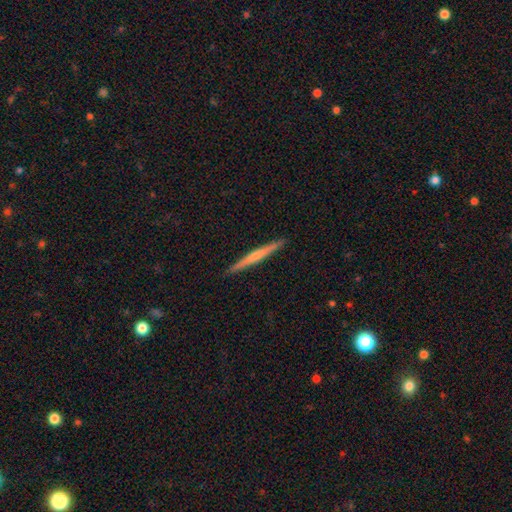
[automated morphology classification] The model was most divided on "smooth or featured": featured or disk: 51%, smooth: 43%, star or artifact: 5%. More confident: edge-on disk — yes (98%); merging — none (92%); edge-on bulge — none (62%).